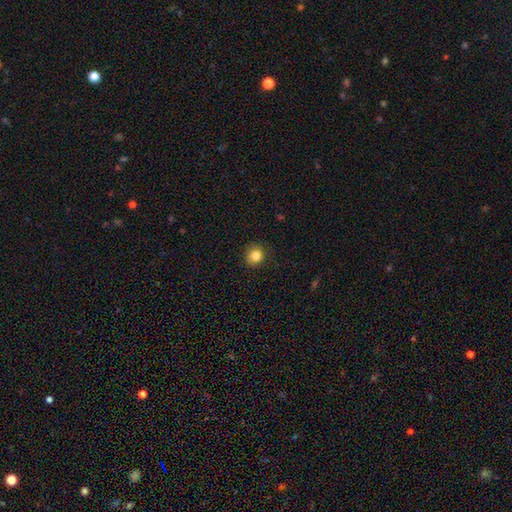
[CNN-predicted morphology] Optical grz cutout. It shows a smooth galaxy with no disk features (84%) that is round (91%). Merging: none (90%).